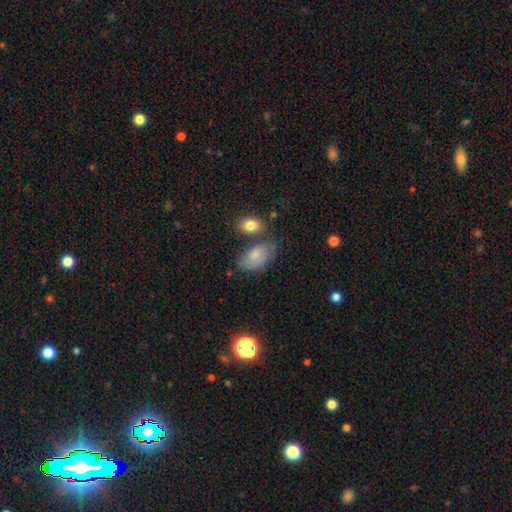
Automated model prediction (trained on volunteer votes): Q: Smooth or featured?
A: smooth (76%); runner-up: featured or disk (16%)
Q: How rounded?
A: in between (93%); runner-up: round (6%)
Q: Merging?
A: none (46%); runner-up: minor disturbance (27%)